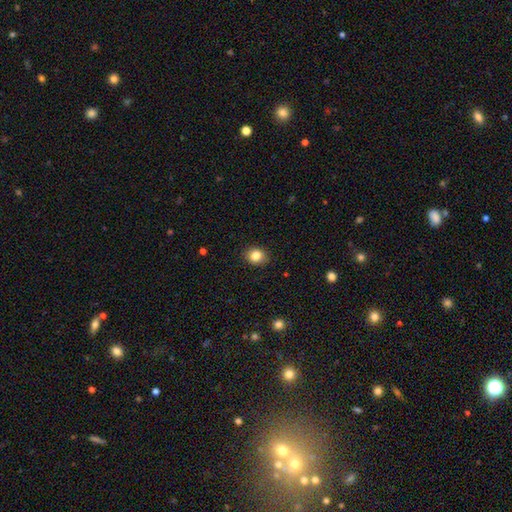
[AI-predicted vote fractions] This is clearly a smooth galaxy (84%). How rounded: likely round (61%). Merging: clearly none (89%).